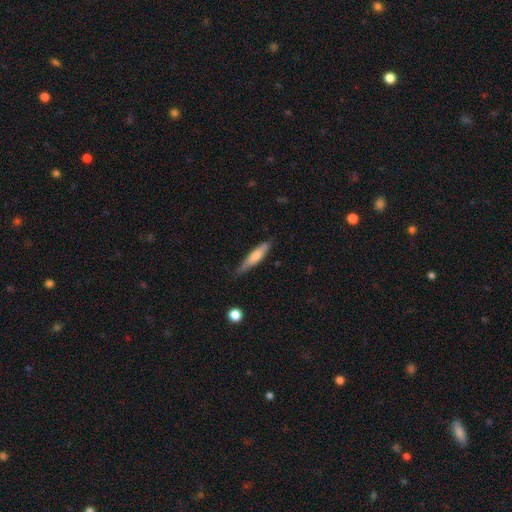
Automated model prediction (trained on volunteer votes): A smooth galaxy with no disk features (65%) that is cigar-shaped (82%). Merging: none (69%).